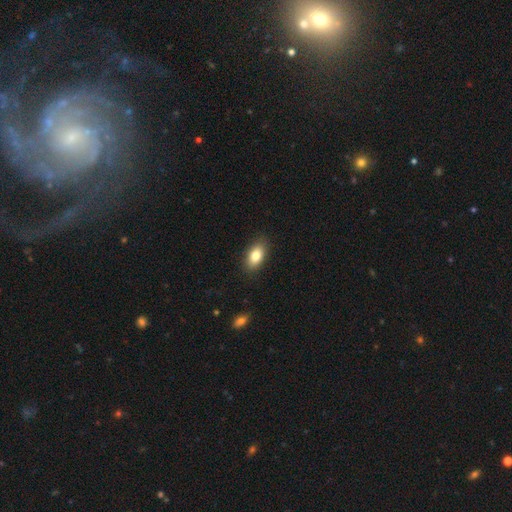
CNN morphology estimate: type=smooth (83%); roundness=in between (91%); merging=none (87%).